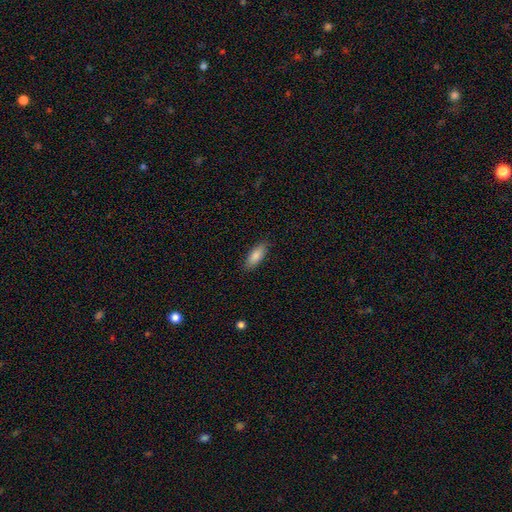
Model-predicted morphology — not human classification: Q: Smooth or featured?
A: smooth (85%); runner-up: featured or disk (9%)
Q: How rounded?
A: in between (75%); runner-up: cigar-shaped (24%)
Q: Merging?
A: none (87%); runner-up: minor disturbance (10%)